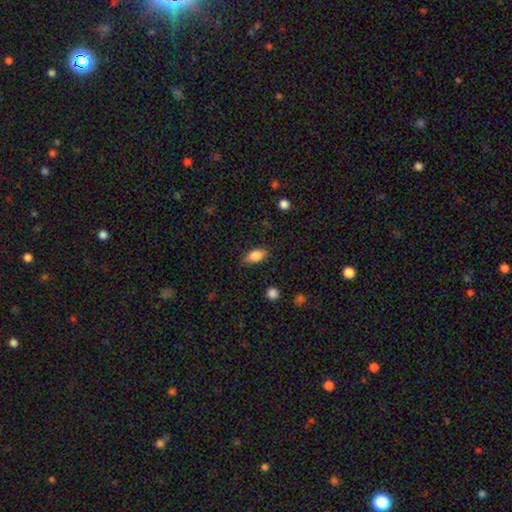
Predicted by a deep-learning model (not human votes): Smooth or featured? smooth (84%)
How rounded? in between (86%)
Merging? none (69%)